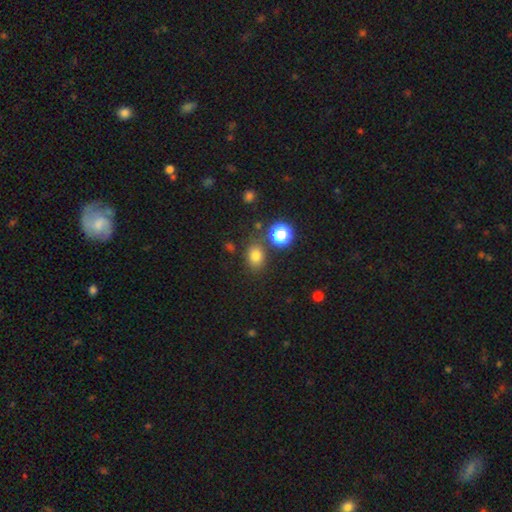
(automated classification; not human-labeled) smooth 76%, star or artifact 17%, featured or disk 7%. Down the decision tree: how rounded — in between (50%); merging — none (76%).